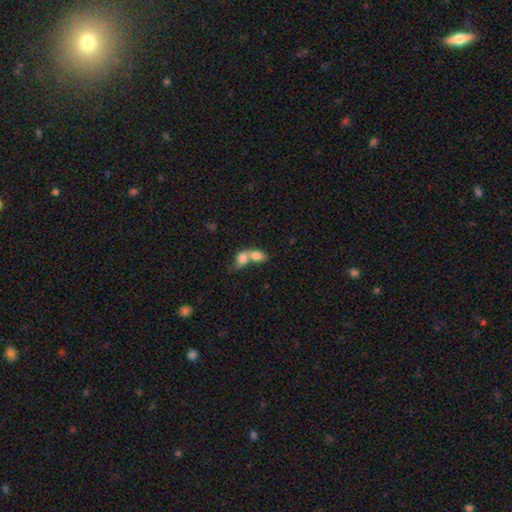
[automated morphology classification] Q: Smooth or featured?
A: smooth (77%); runner-up: featured or disk (15%)
Q: How rounded?
A: in between (71%); runner-up: round (26%)
Q: Merging?
A: merger (81%); runner-up: none (12%)